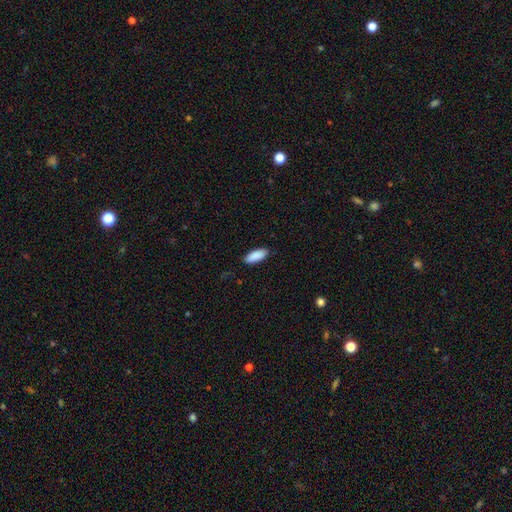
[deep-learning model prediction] Morphology: type=smooth (90%); roundness=in between (79%); merging=none (88%).